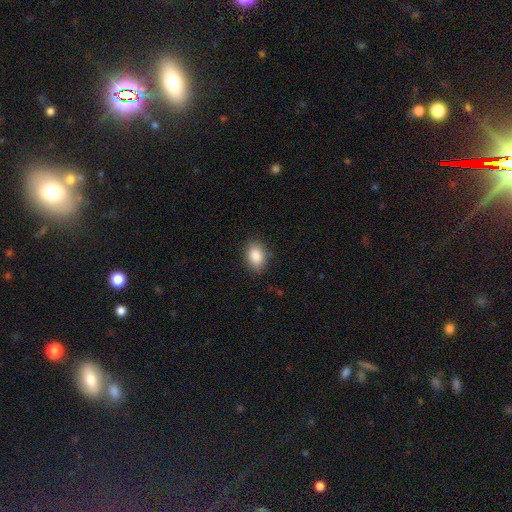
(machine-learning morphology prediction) The model was most divided on "how rounded": in between: 82%, round: 17%, cigar-shaped: 1%. More confident: smooth or featured — smooth (87%); merging — none (85%).